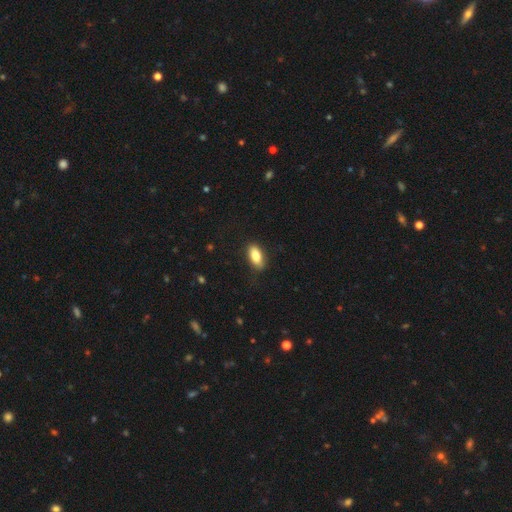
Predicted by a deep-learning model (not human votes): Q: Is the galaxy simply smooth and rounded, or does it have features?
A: smooth — 85%.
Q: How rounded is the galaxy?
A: in between — 88%.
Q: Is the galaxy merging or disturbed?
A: none — 84%.